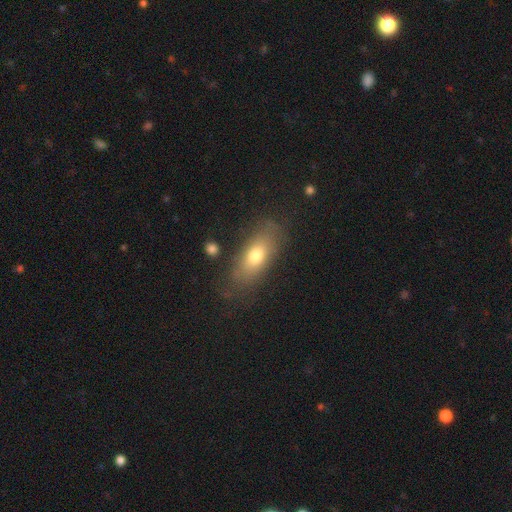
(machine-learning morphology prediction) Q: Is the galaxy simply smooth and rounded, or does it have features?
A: smooth — 70%.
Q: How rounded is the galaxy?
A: in between — 80%.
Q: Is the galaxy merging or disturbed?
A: none — 74%.